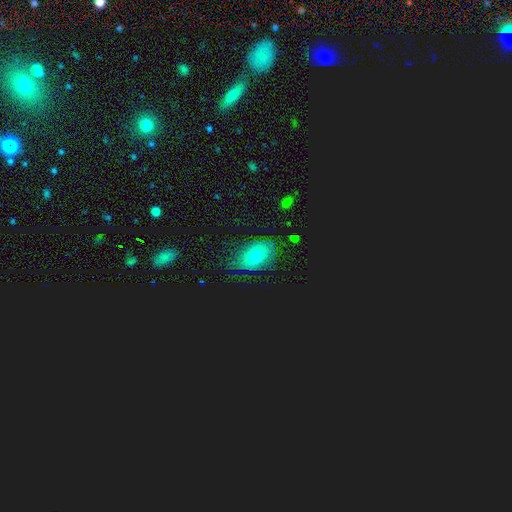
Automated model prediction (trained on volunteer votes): This is likely a smooth galaxy (65%). How rounded: clearly in between (89%). Merging: likely none (65%).